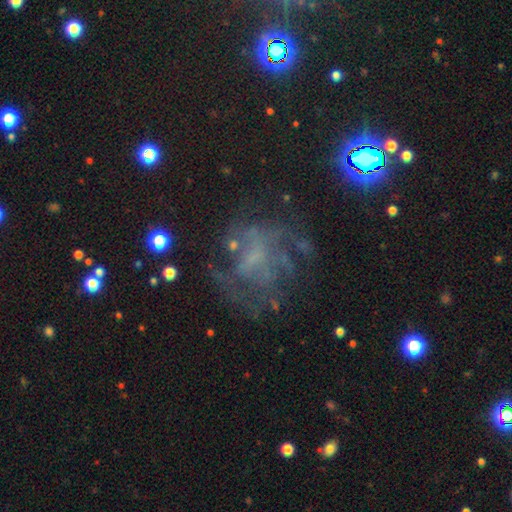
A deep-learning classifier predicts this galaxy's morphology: Smooth or featured? Predicted: featured or disk (p=0.55). Edge-on disk? Predicted: no (p=0.97). Bar? Predicted: no (p=0.71). Spiral arms? Predicted: yes (p=0.57). Bulge size? Predicted: none (p=0.54). Merging? Predicted: none (p=0.56).